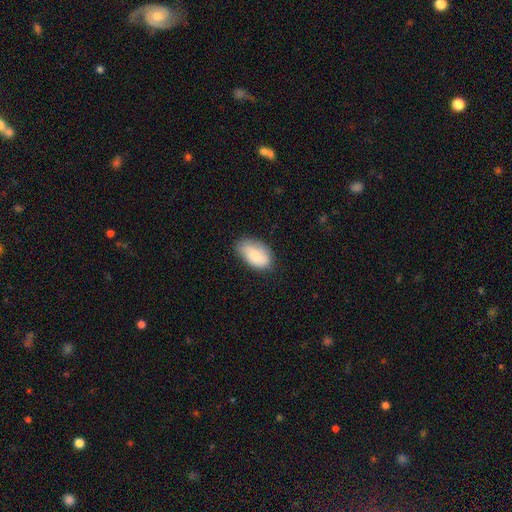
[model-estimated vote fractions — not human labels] Smooth or featured?
  - smooth: 74% *
  - featured or disk: 19%
  - star or artifact: 7%
How rounded?
  - in between: 93% *
  - round: 5%
  - cigar-shaped: 2%
Merging?
  - none: 68% *
  - minor disturbance: 25%
  - major disturbance: 5%
  - merger: 1%